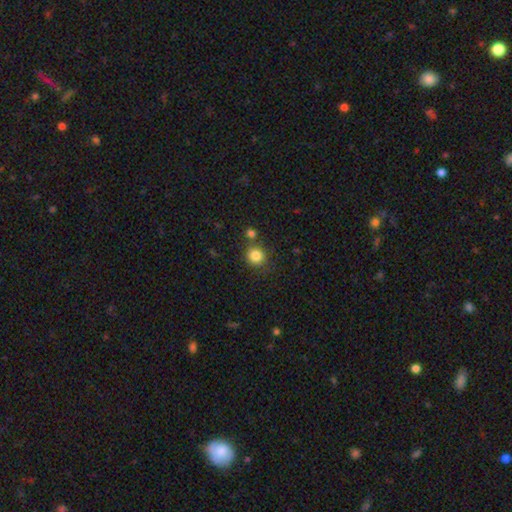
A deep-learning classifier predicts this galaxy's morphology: This is clearly a smooth galaxy (84%). How rounded: clearly round (88%). Merging: likely none (75%).